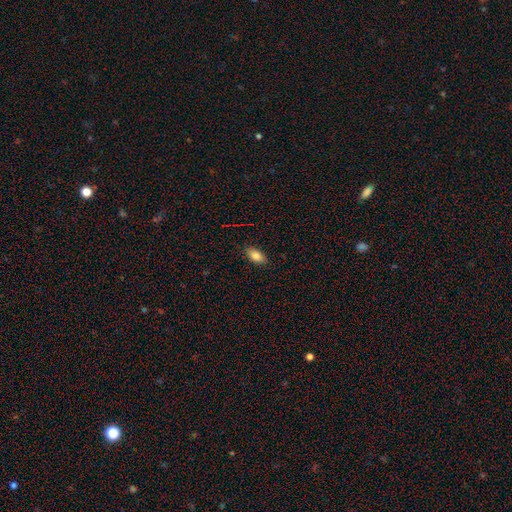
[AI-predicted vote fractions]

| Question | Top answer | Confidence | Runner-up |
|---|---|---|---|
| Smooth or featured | smooth | 84% | star or artifact (9%) |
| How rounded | in between | 91% | round (5%) |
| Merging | none | 86% | minor disturbance (10%) |